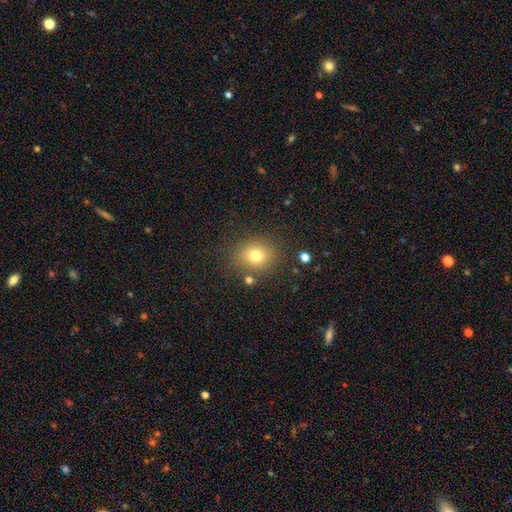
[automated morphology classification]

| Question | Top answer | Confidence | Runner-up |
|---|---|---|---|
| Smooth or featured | smooth | 75% | star or artifact (14%) |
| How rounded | round | 67% | in between (32%) |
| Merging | none | 80% | minor disturbance (11%) |